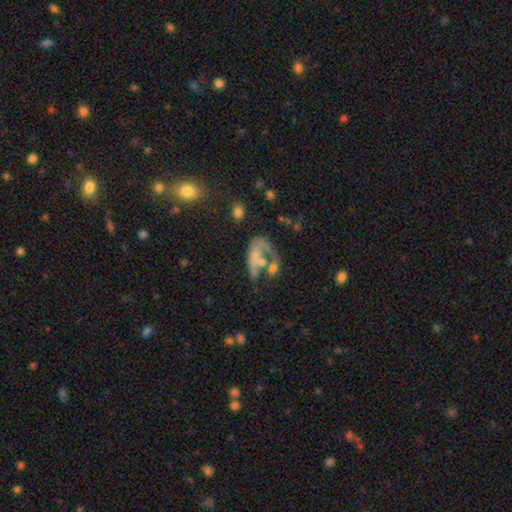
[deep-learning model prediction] A featured or disk galaxy (50%).

Vote fractions:
- Smooth or featured? featured or disk: 50% / smooth: 35% / star or artifact: 15%
- Merging? major disturbance: 36% / merger: 30% / none: 21% / minor disturbance: 13%